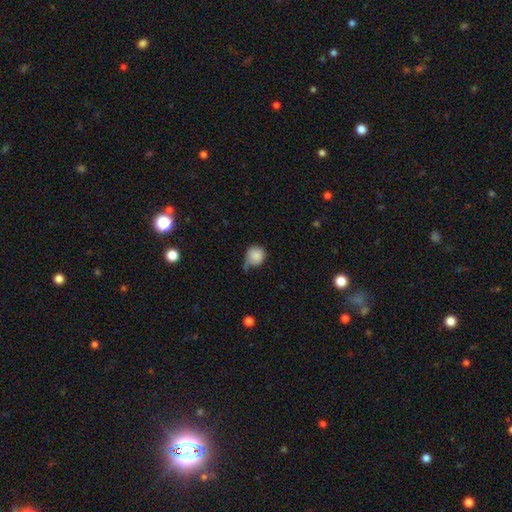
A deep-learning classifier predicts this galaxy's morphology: Q: Smooth or featured?
A: smooth (81%); runner-up: featured or disk (11%)
Q: How rounded?
A: round (77%); runner-up: in between (22%)
Q: Merging?
A: minor disturbance (41%); runner-up: none (31%)